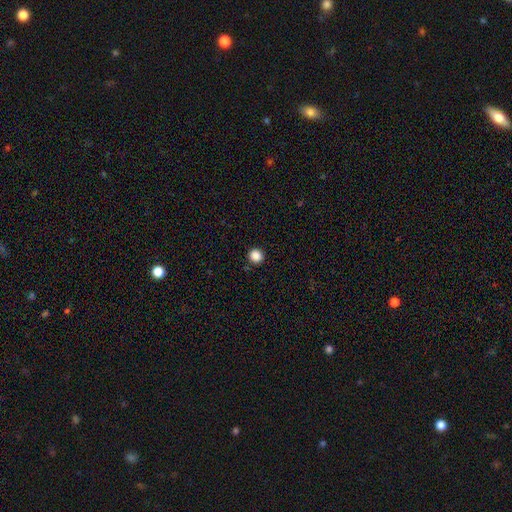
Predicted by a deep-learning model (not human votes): smooth_or_featured: smooth (p=0.87) [alt: star or artifact p=0.11]
how_rounded: round (p=0.91) [alt: in between p=0.08]
merging: none (p=0.91) [alt: minor disturbance p=0.05]